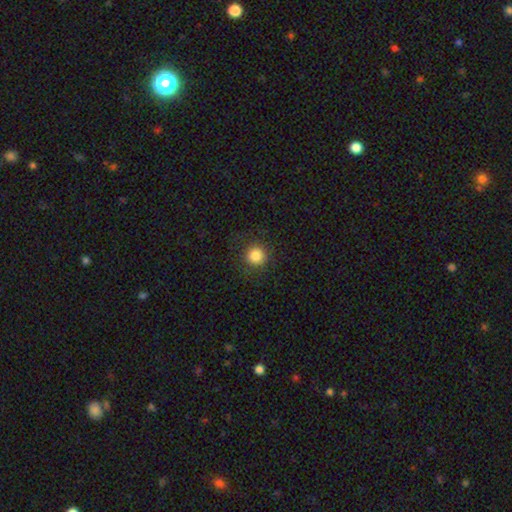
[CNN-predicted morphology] A smooth galaxy with no disk features (84%) that is round (94%).

Vote fractions:
- Smooth or featured? smooth: 84% / star or artifact: 11% / featured or disk: 5%
- How rounded? round: 94% / in between: 5% / cigar-shaped: 1%
- Merging? none: 89% / minor disturbance: 7% / major disturbance: 3% / merger: 1%